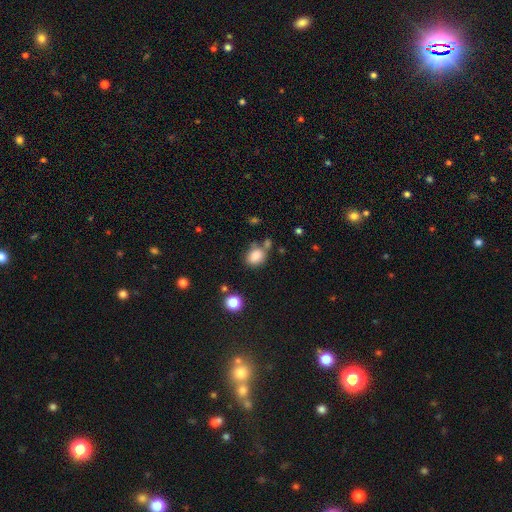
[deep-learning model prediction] Q: Smooth or featured?
A: smooth (83%); runner-up: star or artifact (10%)
Q: How rounded?
A: in between (53%); runner-up: round (46%)
Q: Merging?
A: none (58%); runner-up: minor disturbance (19%)